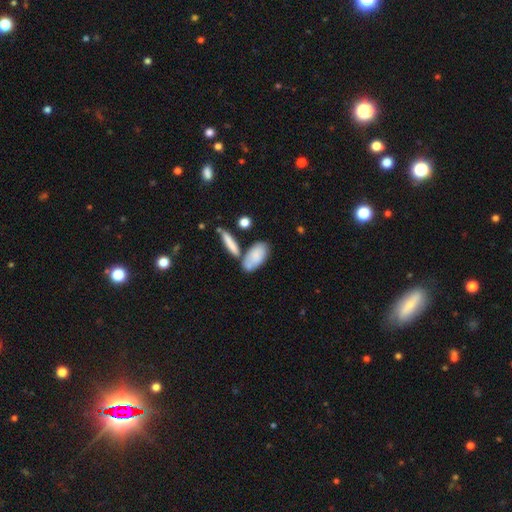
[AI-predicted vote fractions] Overall: smooth (74%). How rounded: in between (87%). Merging: none (48%; merger 27%).